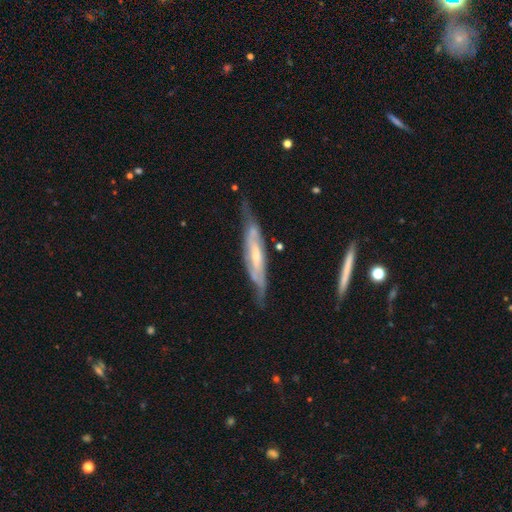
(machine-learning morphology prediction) type=featured or disk (76%); edge-on=no (52%); merging=none (62%).